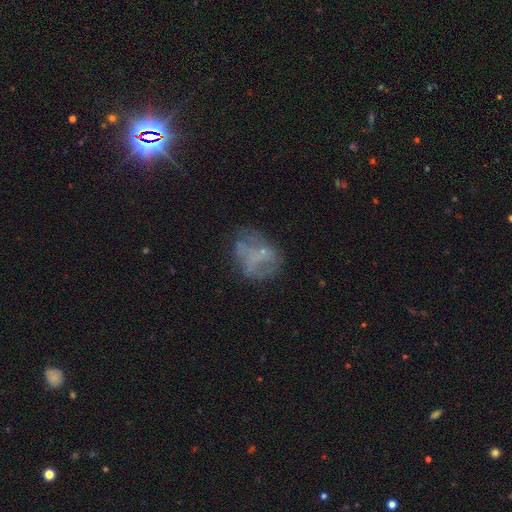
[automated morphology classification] Q: Smooth or featured?
A: featured or disk (50%); runner-up: smooth (32%)
Q: Edge-on disk?
A: no (97%); runner-up: yes (3%)
Q: Merging?
A: none (50%); runner-up: major disturbance (23%)